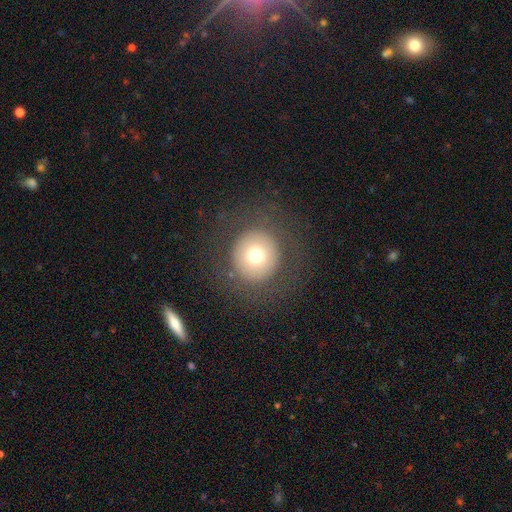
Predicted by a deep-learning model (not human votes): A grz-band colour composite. It shows a smooth galaxy with no disk features (70%) that is round (95%). Merging: none (82%).